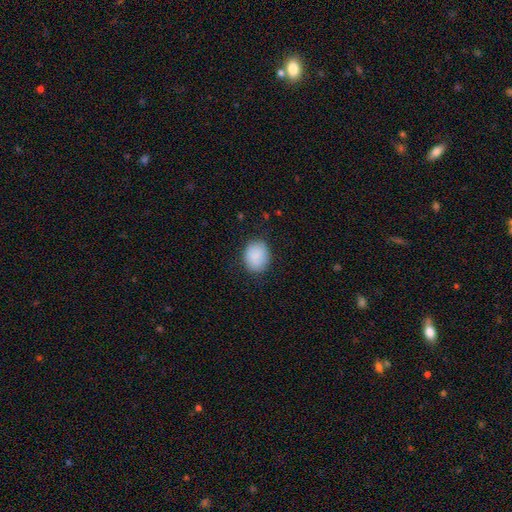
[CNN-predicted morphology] Q: Smooth or featured?
A: smooth (89%); runner-up: star or artifact (7%)
Q: How rounded?
A: round (52%); runner-up: in between (47%)
Q: Merging?
A: none (81%); runner-up: minor disturbance (14%)